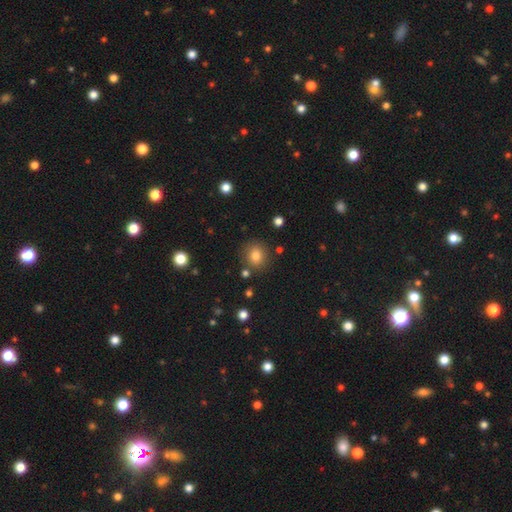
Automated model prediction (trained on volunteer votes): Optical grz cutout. It shows a smooth galaxy with no disk features (82%) that is round (77%). Merging: none (83%).